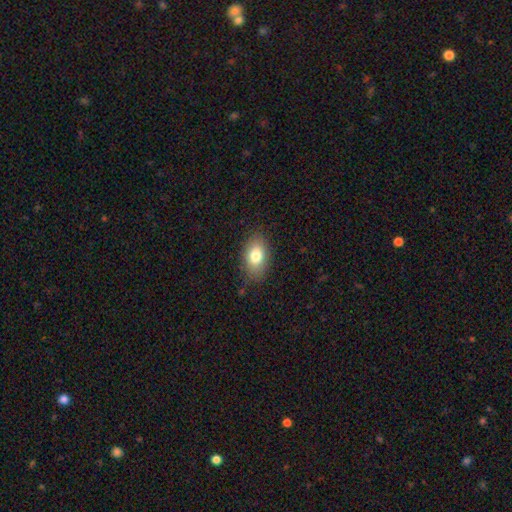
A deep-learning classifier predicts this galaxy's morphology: This appears to be a smooth galaxy with no disk features (80%) that is in between round and cigar-shaped (89%). Merging: none (81%).